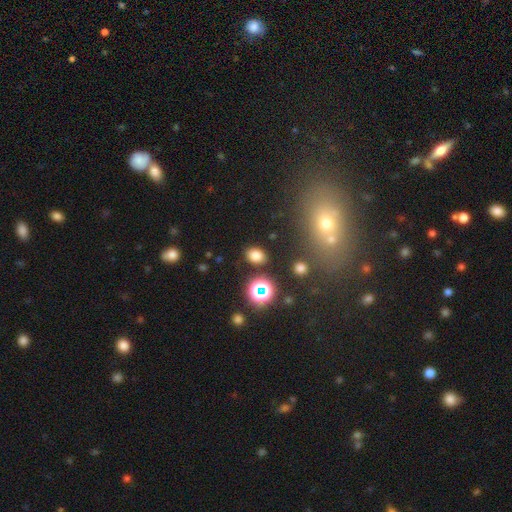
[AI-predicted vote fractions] Morphology: type=smooth (76%); roundness=in between (66%); merging=none (85%).